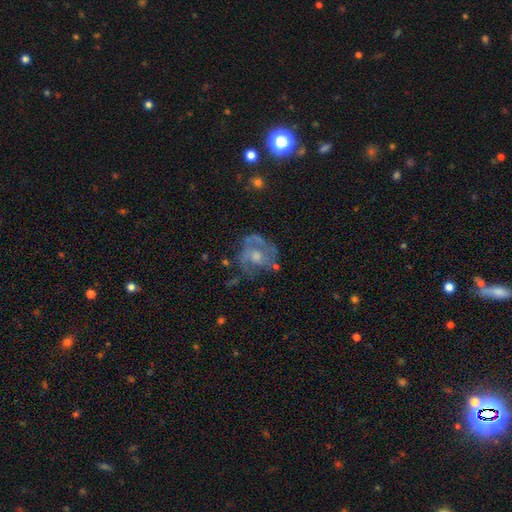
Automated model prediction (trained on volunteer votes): smooth_or_featured: featured or disk (p=0.71) [alt: smooth p=0.17]
disk_edge_on: no (p=0.97) [alt: yes p=0.03]
bar: no (p=0.74) [alt: weak p=0.22]
has_spiral_arms: yes (p=0.70) [alt: no p=0.30]
bulge_size: moderate (p=0.56) [alt: small p=0.30]
merging: none (p=0.56) [alt: minor disturbance p=0.21]